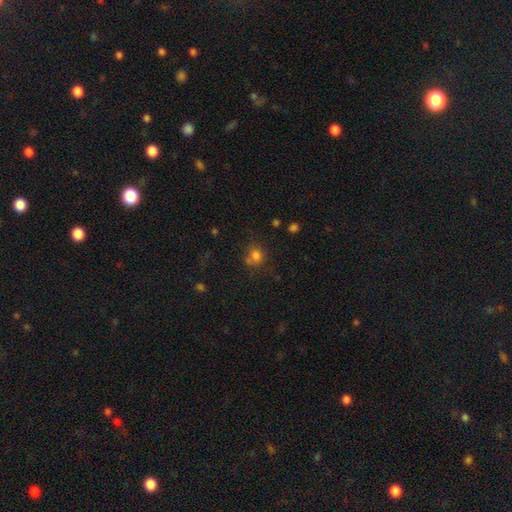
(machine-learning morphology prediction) The model was most divided on "merging": none: 58%, minor disturbance: 18%, merger: 16%, major disturbance: 8%. More confident: smooth or featured — smooth (77%); how rounded — round (73%).